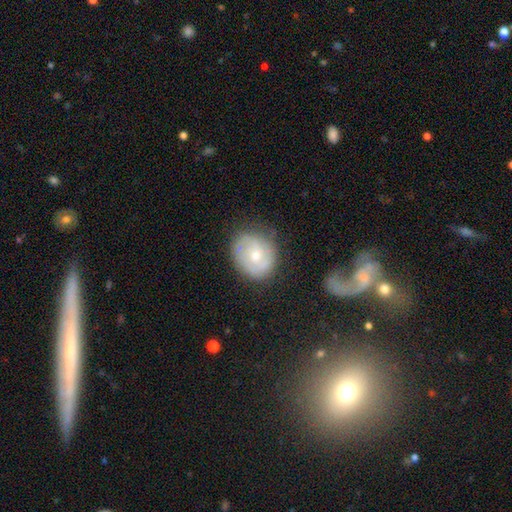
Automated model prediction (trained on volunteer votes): Overall: featured or disk (57%; smooth 36%). Edge-on disk: no (97%). Bar: no (67%; weak 29%). Spiral arms: yes (78%). Bulge size: moderate (48%; small 47%). Merging: none (74%).